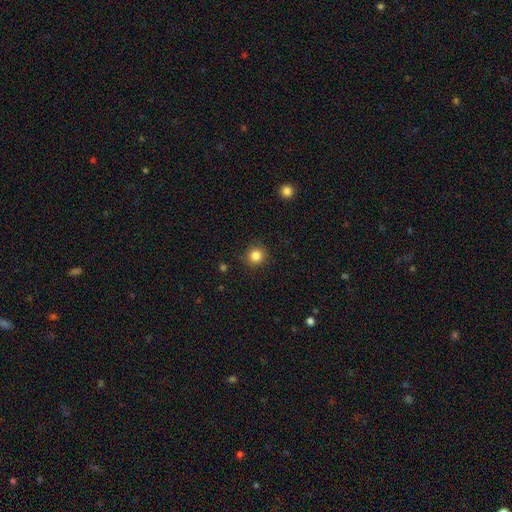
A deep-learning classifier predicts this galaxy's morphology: The model was most divided on "smooth or featured": smooth: 85%, star or artifact: 11%, featured or disk: 4%. More confident: how rounded — round (92%); merging — none (90%).